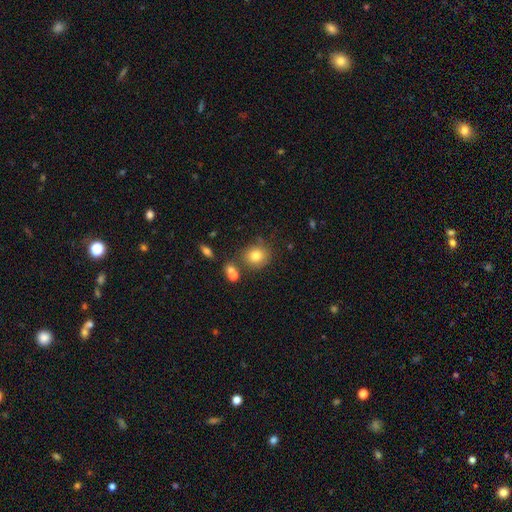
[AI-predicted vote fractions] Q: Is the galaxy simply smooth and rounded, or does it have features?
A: smooth — 79%.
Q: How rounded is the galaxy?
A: round — 74%.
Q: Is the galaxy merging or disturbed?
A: none — 71%.